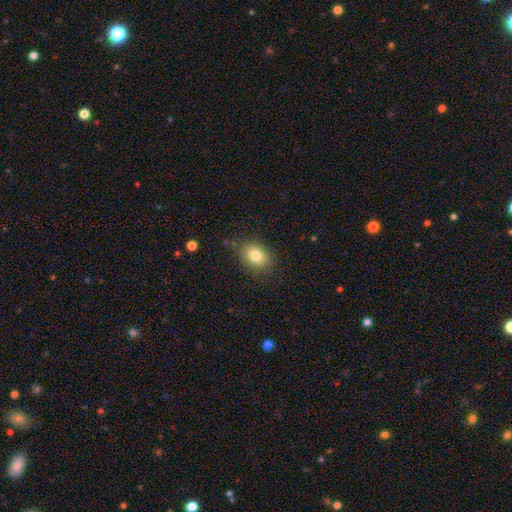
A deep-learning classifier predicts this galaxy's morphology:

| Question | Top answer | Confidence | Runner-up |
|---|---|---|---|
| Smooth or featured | smooth | 81% | star or artifact (10%) |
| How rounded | in between | 64% | round (35%) |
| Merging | none | 83% | minor disturbance (12%) |